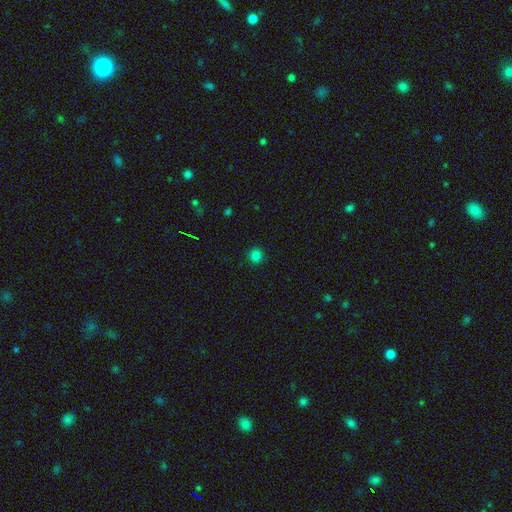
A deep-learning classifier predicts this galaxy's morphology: Overall: smooth (82%). How rounded: round (93%). Merging: none (92%).